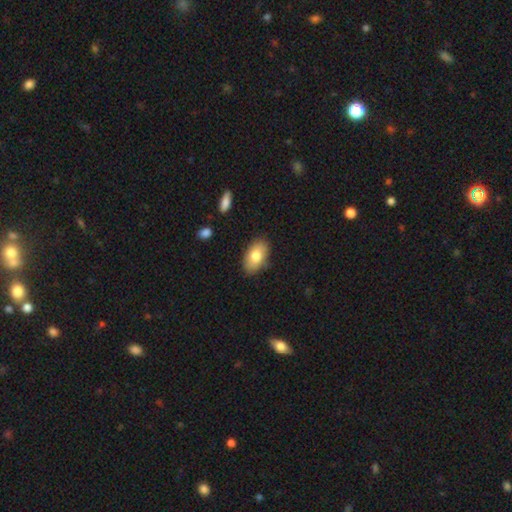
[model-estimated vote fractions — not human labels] A smooth galaxy with no disk features (78%) that is in between round and cigar-shaped (92%).

Vote fractions:
- Smooth or featured? smooth: 78% / featured or disk: 15% / star or artifact: 7%
- How rounded? in between: 92% / round: 7% / cigar-shaped: 2%
- Merging? none: 84% / minor disturbance: 12% / major disturbance: 2% / merger: 1%